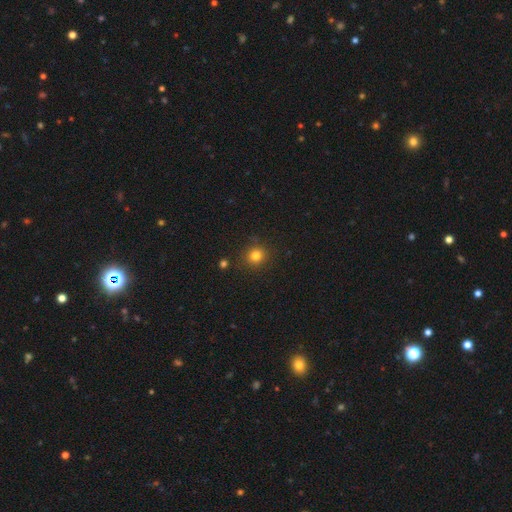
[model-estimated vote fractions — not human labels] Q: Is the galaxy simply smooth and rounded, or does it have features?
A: smooth — 81%.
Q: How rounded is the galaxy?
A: round — 88%.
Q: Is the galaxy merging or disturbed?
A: none — 87%.